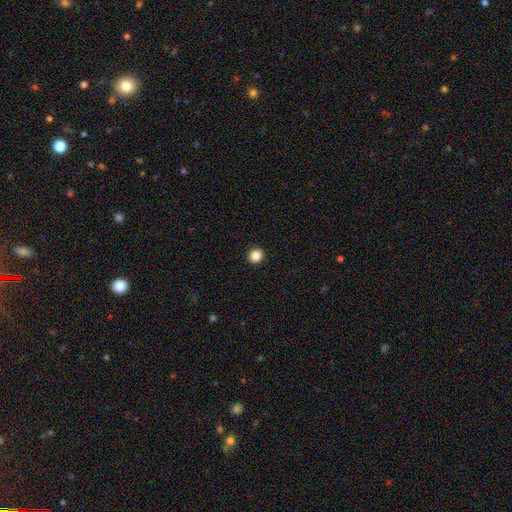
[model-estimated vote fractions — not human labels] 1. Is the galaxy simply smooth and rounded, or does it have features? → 86% smooth, 11% star or artifact, 3% featured or disk.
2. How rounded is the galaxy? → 92% round, 7% in between, 1% cigar-shaped.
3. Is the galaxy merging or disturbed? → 94% none, 4% minor disturbance, 1% major disturbance, 1% merger.